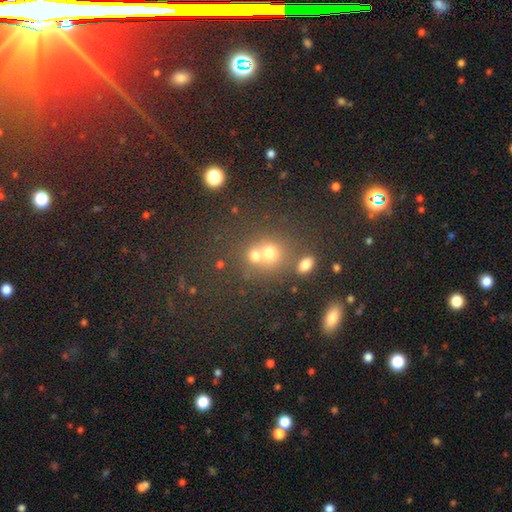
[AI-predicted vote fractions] This appears to be a smooth galaxy with no disk features (68%) that is round (79%). Merging: merger (47%).